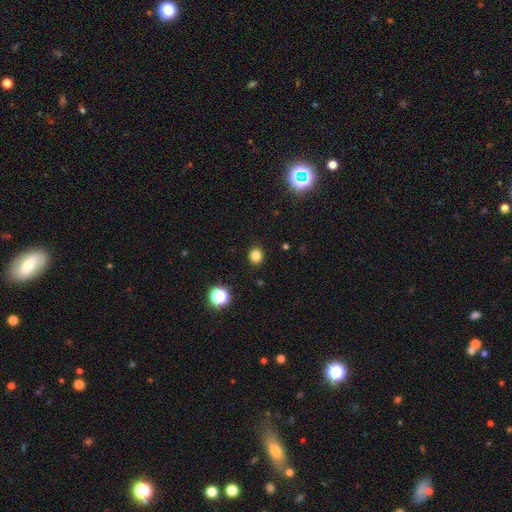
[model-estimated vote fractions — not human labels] smooth_or_featured: smooth (p=0.82) [alt: star or artifact p=0.14]
how_rounded: round (p=0.78) [alt: in between p=0.21]
merging: none (p=0.91) [alt: minor disturbance p=0.06]